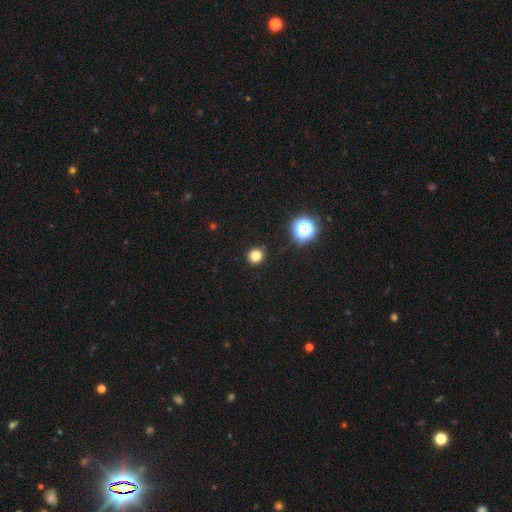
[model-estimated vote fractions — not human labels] This appears to be a smooth galaxy with no disk features (80%) that is round (93%). Merging: none (92%).